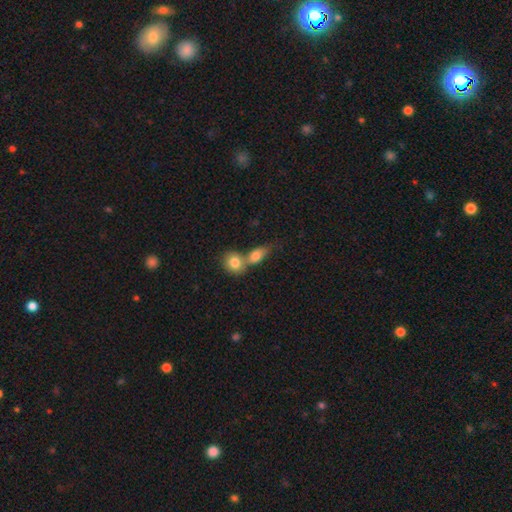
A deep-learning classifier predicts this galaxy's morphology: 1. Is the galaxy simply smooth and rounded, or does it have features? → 79% smooth, 13% featured or disk, 8% star or artifact.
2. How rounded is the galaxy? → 65% in between, 30% round, 5% cigar-shaped.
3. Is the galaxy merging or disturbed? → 62% merger, 26% none, 8% minor disturbance, 4% major disturbance.